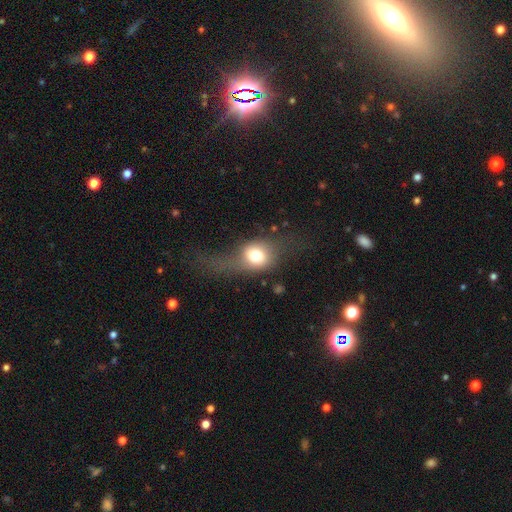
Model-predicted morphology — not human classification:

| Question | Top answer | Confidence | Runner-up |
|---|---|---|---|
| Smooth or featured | smooth | 60% | featured or disk (30%) |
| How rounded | round | 51% | in between (45%) |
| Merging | none | 37% | major disturbance (36%) |